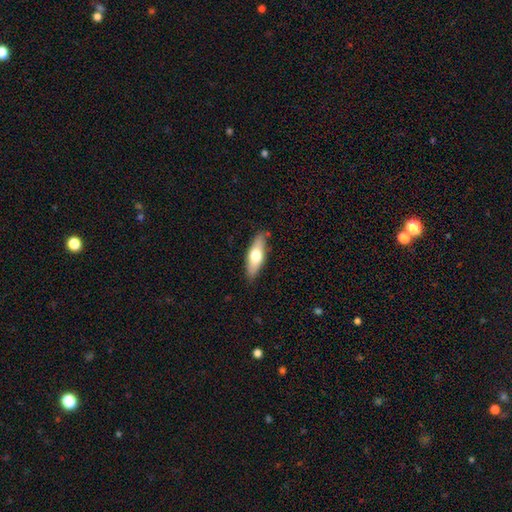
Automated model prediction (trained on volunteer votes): This is likely a smooth galaxy (62%). How rounded: possibly in between (55%). Merging: clearly none (85%).